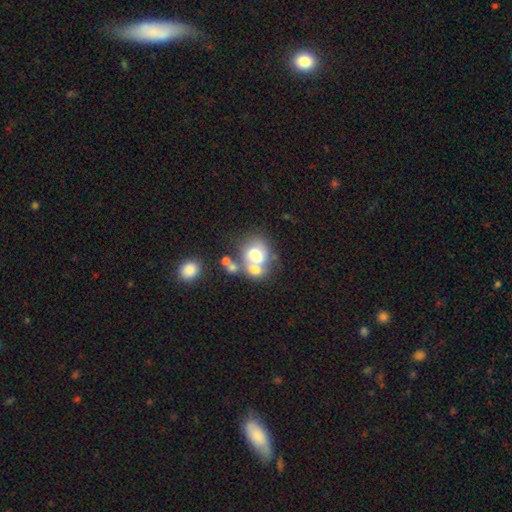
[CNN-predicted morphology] This is likely a smooth galaxy (62%). How rounded: possibly round (55%). Merging: possibly merger (52%).